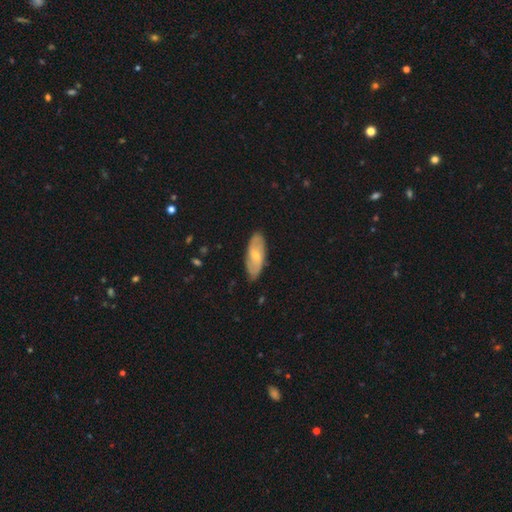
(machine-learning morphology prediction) Q: Smooth or featured?
A: featured or disk (53%); runner-up: smooth (42%)
Q: Edge-on disk?
A: no (87%); runner-up: yes (13%)
Q: Merging?
A: none (82%); runner-up: minor disturbance (14%)